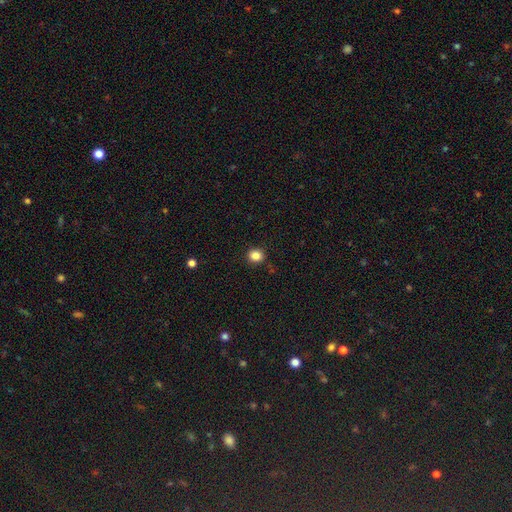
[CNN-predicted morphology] This is clearly a smooth galaxy (85%). How rounded: likely round (78%). Merging: clearly none (88%).